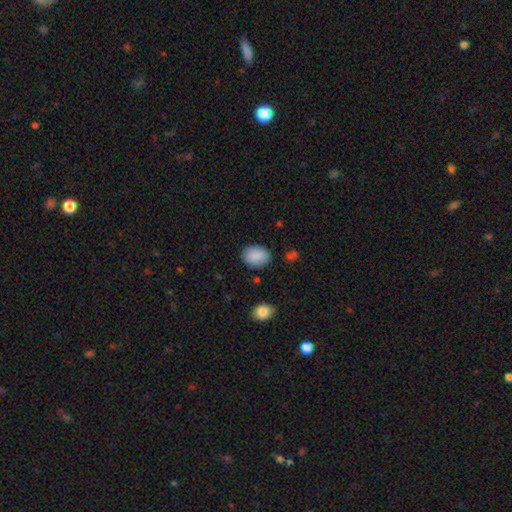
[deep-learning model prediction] smooth-or-featured: smooth: 89% | star or artifact: 7% | featured or disk: 4%
  how-rounded: in between: 71% | round: 28% | cigar-shaped: 1%
  merging: none: 83% | minor disturbance: 12% | major disturbance: 3% | merger: 2%